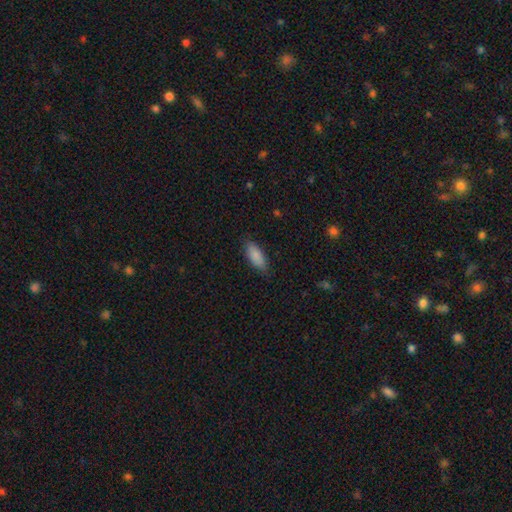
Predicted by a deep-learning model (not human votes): smooth 87%, featured or disk 6%, star or artifact 6%. Down the decision tree: how rounded — in between (81%); merging — none (84%).